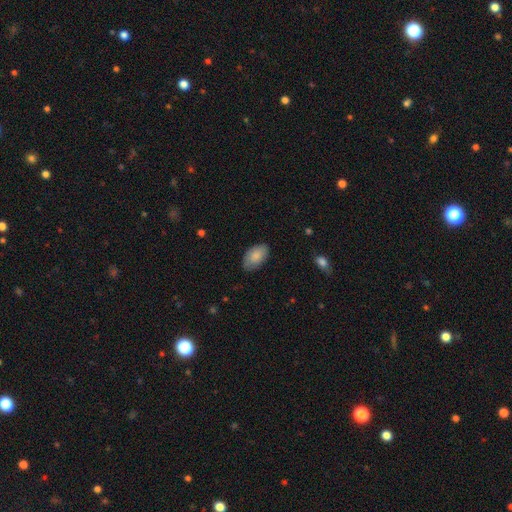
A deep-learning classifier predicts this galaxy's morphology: Overall: smooth (86%). How rounded: in between (94%). Merging: none (81%).